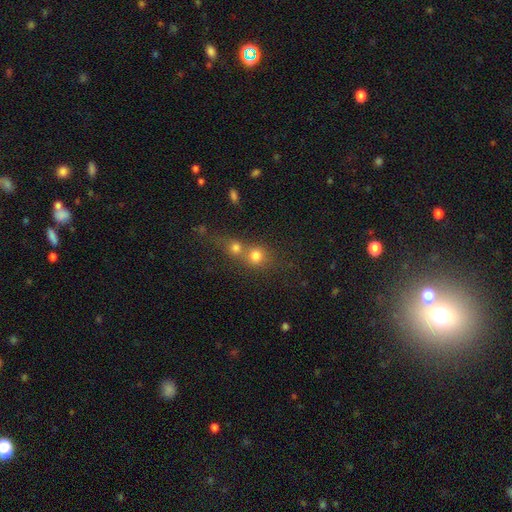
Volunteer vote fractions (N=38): smooth 97%, featured or disk 3%, star or artifact 0%. Down the decision tree: how rounded — round (81%); merging — merger (45%).